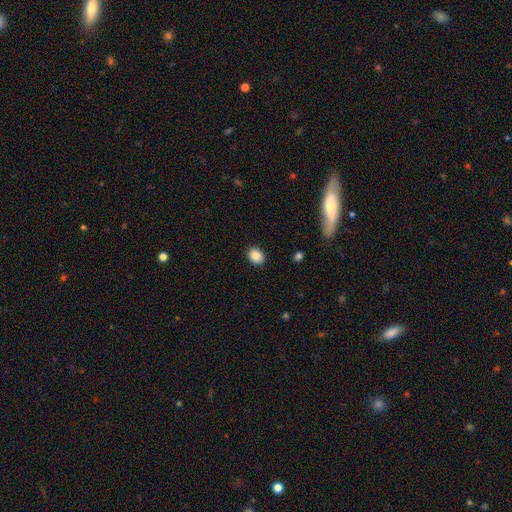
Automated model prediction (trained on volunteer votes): This appears to be a smooth galaxy with no disk features (87%) that is in between round and cigar-shaped (57%). Merging: none (88%).